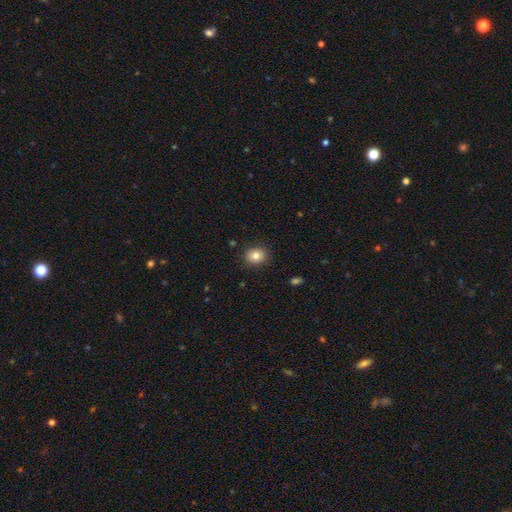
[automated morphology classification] Smooth or featured: smooth — 82% (star or artifact — 10%)
How rounded: round — 57% (in between — 42%)
Merging: none — 88% (minor disturbance — 9%)